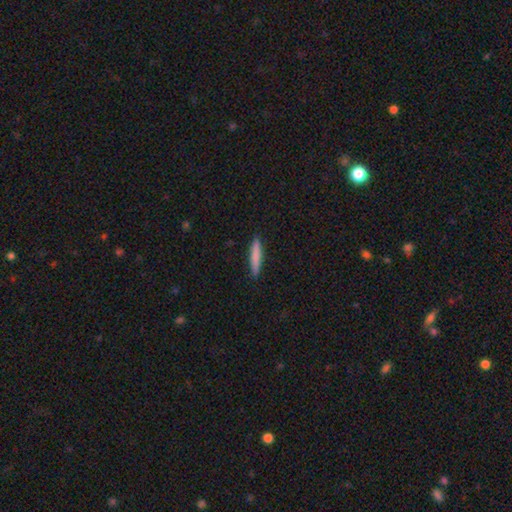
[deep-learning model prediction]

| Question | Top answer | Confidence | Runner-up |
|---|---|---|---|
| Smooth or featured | smooth | 80% | featured or disk (14%) |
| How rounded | cigar-shaped | 92% | in between (7%) |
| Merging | none | 90% | minor disturbance (7%) |